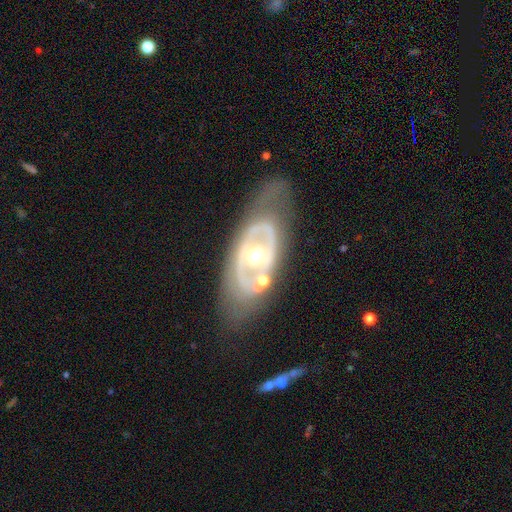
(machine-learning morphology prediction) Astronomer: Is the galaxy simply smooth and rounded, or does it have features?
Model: featured or disk — 78%.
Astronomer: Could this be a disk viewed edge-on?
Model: no — 91%.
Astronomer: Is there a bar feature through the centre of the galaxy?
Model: no — 77%.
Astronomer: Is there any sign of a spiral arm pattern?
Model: no — 61% (runner-up: yes, 39%).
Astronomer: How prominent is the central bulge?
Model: moderate — 63%.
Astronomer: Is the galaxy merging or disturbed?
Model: none — 64%.